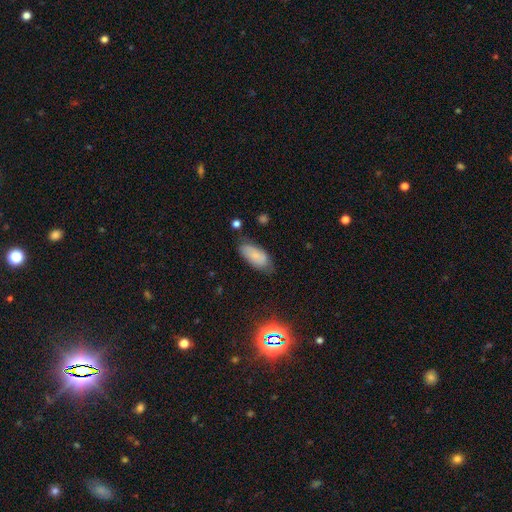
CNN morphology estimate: smooth 76%, featured or disk 16%, star or artifact 9%. Down the decision tree: how rounded — in between (89%); merging — none (67%).